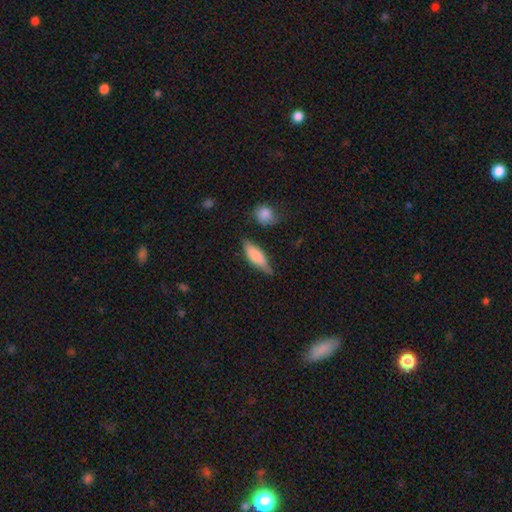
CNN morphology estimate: Smooth or featured? smooth (72%)
How rounded? in between (56%)
Merging? none (64%)